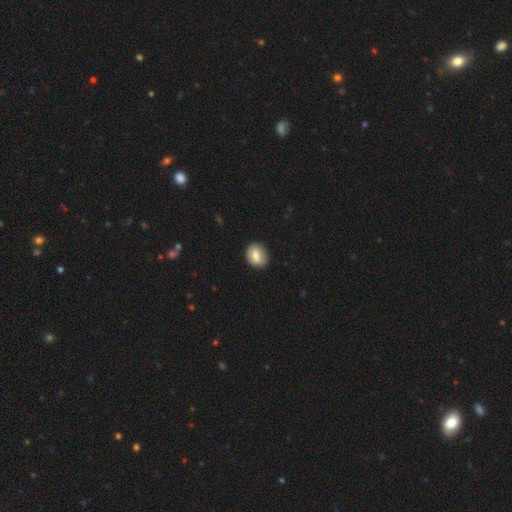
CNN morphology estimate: smooth_or_featured: smooth (p=0.73) [alt: featured or disk p=0.19]
how_rounded: round (p=0.59) [alt: in between p=0.40]
merging: none (p=0.87) [alt: minor disturbance p=0.10]